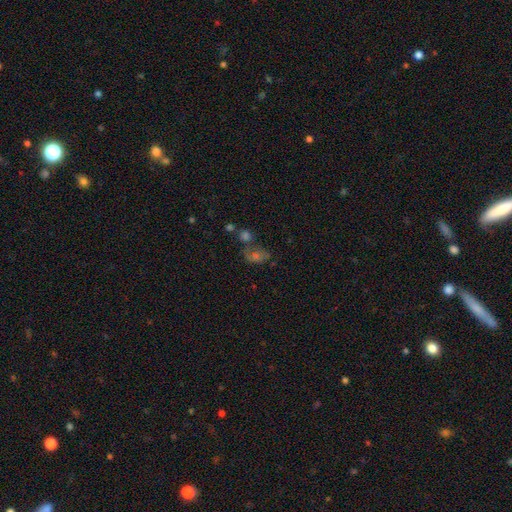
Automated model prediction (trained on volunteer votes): A smooth galaxy with no disk features (36%). Merging: none (48%).